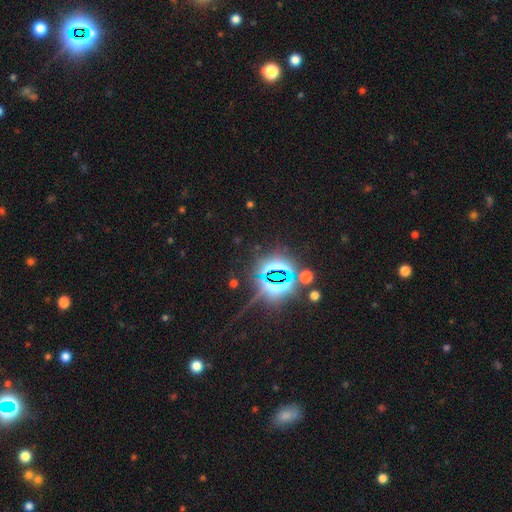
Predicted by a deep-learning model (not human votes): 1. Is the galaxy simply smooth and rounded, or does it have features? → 83% star or artifact, 10% smooth, 7% featured or disk.